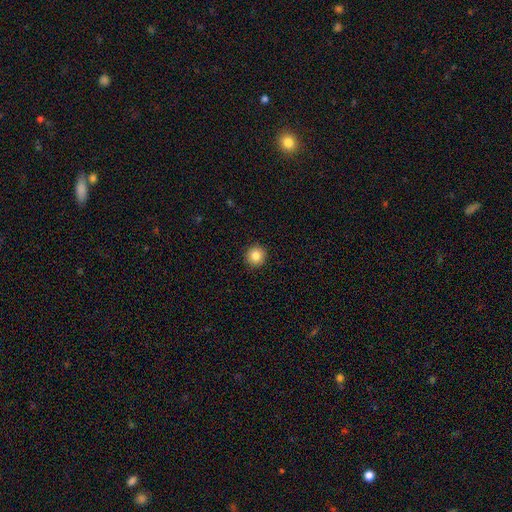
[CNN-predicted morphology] Smooth or featured: smooth — 84% (star or artifact — 10%)
How rounded: round — 94% (in between — 5%)
Merging: none — 93% (minor disturbance — 5%)